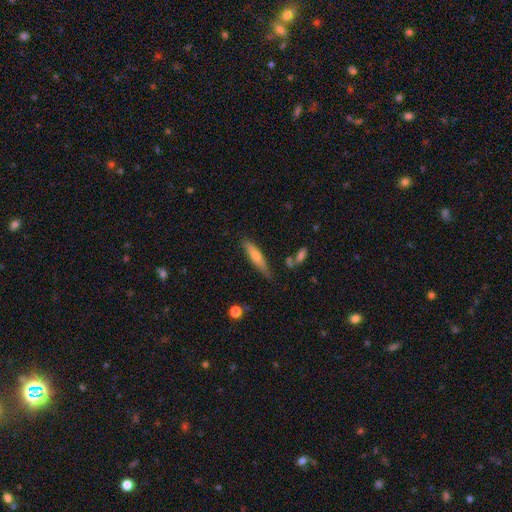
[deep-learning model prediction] A smooth galaxy with no disk features (54%) that is cigar-shaped (83%).

Vote fractions:
- Smooth or featured? smooth: 54% / featured or disk: 39% / star or artifact: 7%
- How rounded? cigar-shaped: 83% / in between: 15% / round: 2%
- Merging? none: 75% / minor disturbance: 18% / merger: 4% / major disturbance: 3%